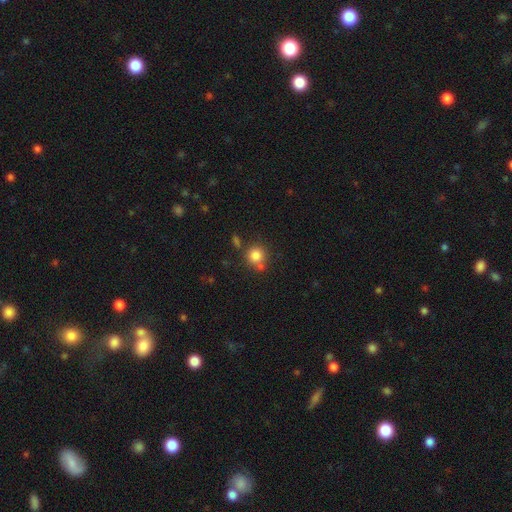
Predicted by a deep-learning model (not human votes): smooth-or-featured: smooth: 82% | star or artifact: 11% | featured or disk: 7%
  how-rounded: round: 90% | in between: 9% | cigar-shaped: 1%
  merging: none: 67% | merger: 18% | minor disturbance: 11% | major disturbance: 4%